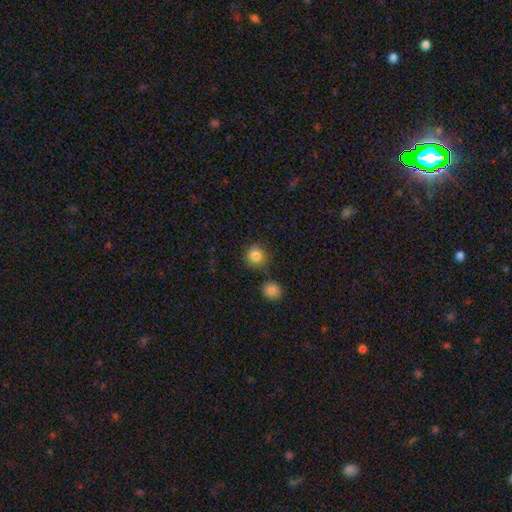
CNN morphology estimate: This appears to be a smooth galaxy with no disk features (85%) that is round (92%). Merging: none (81%).